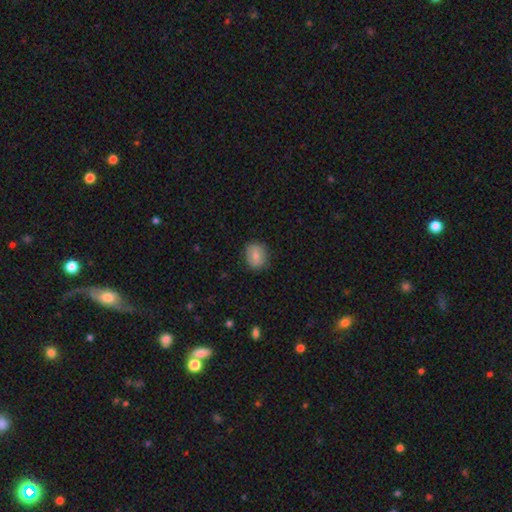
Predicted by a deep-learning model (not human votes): Overall: smooth (70%). How rounded: round (62%; in between 37%). Merging: none (82%).